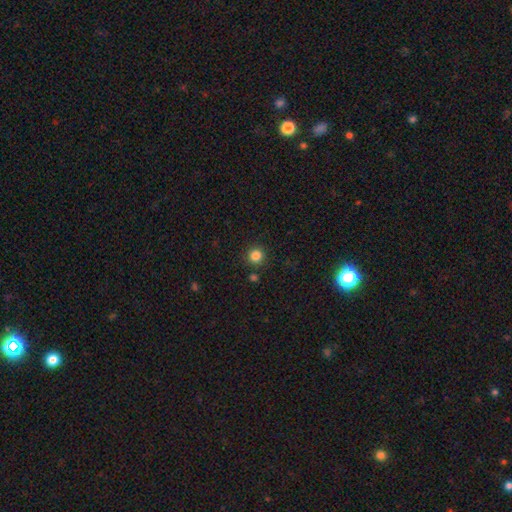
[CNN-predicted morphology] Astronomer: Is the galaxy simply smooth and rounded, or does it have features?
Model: smooth — 83%.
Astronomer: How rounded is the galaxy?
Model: round — 94%.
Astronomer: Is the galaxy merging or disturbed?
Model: none — 88%.